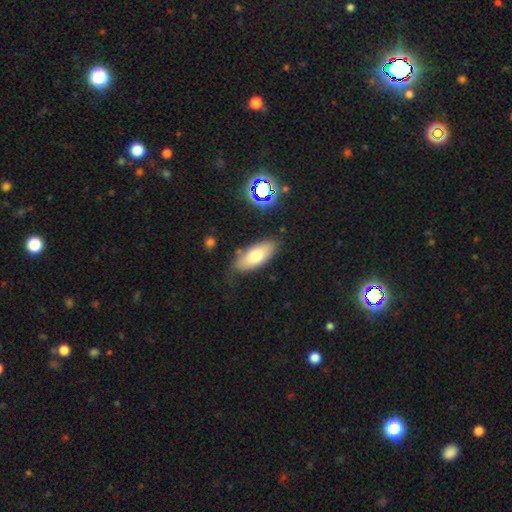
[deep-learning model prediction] smooth-or-featured: smooth: 71% | featured or disk: 21% | star or artifact: 8%
  how-rounded: in between: 82% | cigar-shaped: 15% | round: 3%
  merging: none: 78% | minor disturbance: 16% | major disturbance: 4% | merger: 3%